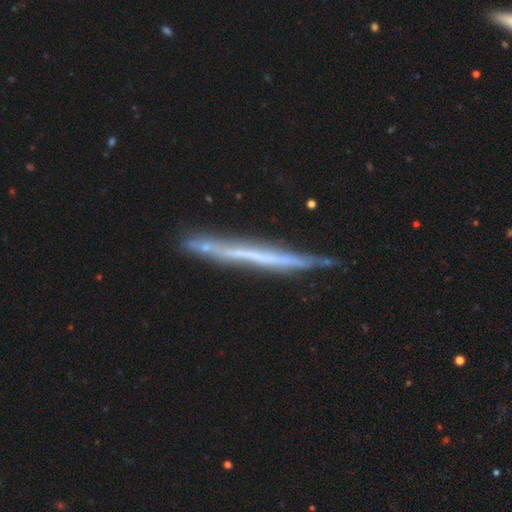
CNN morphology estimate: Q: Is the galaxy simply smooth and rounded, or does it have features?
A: featured or disk — 66%.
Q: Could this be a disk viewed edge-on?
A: yes — 95%.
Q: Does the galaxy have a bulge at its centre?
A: none — 91%.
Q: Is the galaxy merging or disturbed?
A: none — 81%.